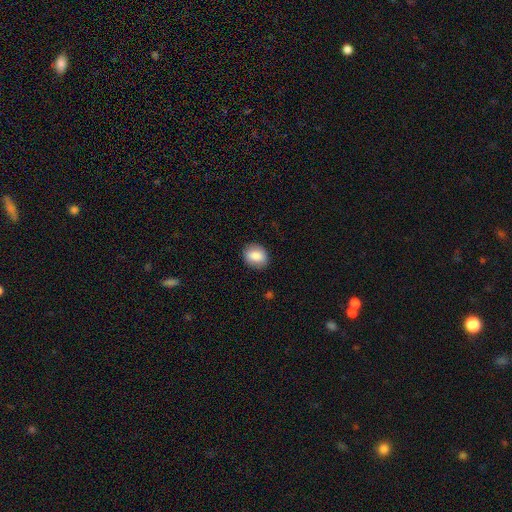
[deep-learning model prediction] This appears to be a smooth galaxy with no disk features (85%) that is round (50%). Merging: none (86%).